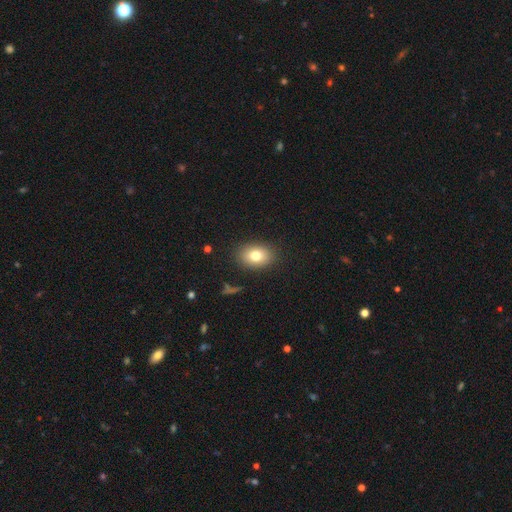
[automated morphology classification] smooth 77%, featured or disk 13%, star or artifact 10%. Down the decision tree: how rounded — in between (72%); merging — none (87%).